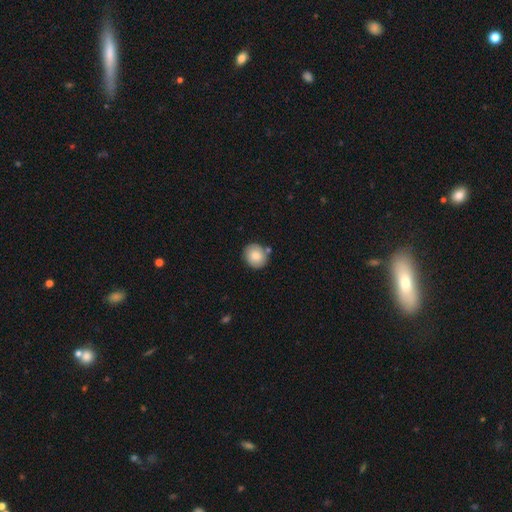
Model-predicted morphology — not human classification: A smooth galaxy with no disk features (82%) that is round (82%).

Vote fractions:
- Smooth or featured? smooth: 82% / featured or disk: 11% / star or artifact: 8%
- How rounded? round: 82% / in between: 17% / cigar-shaped: 1%
- Merging? none: 81% / minor disturbance: 10% / merger: 6% / major disturbance: 2%